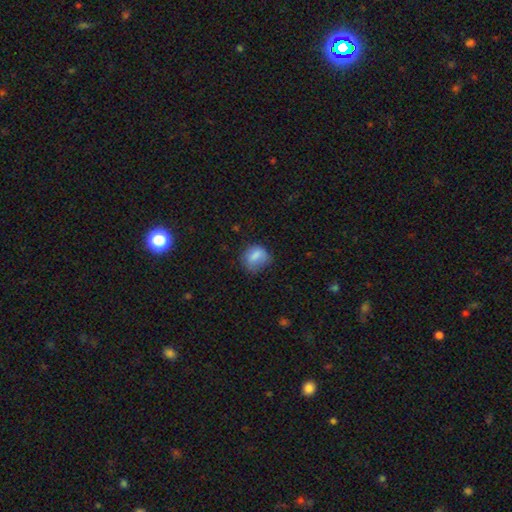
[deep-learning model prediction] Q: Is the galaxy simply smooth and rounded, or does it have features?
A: smooth — 79%.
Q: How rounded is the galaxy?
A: round — 52%.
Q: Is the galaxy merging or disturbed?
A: none — 51%.